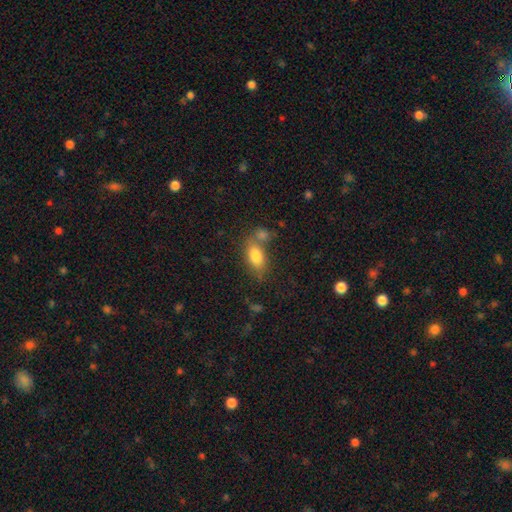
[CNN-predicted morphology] type=smooth (81%); roundness=in between (86%); merging=none (55%).